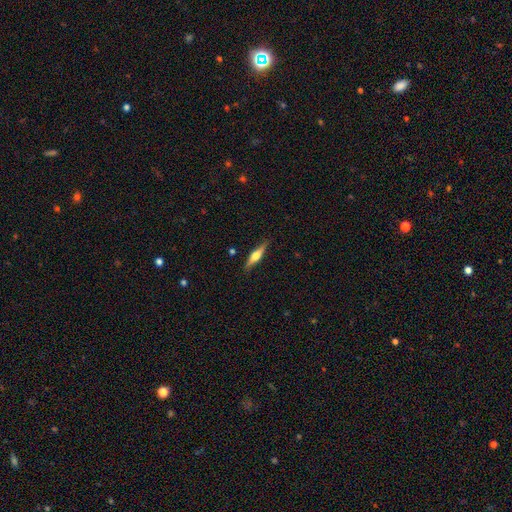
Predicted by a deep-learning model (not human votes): Q: Smooth or featured?
A: featured or disk (56%); runner-up: smooth (38%)
Q: Edge-on disk?
A: yes (95%); runner-up: no (5%)
Q: Edge-on bulge?
A: rounded (91%); runner-up: boxy (6%)
Q: Merging?
A: none (86%); runner-up: minor disturbance (10%)